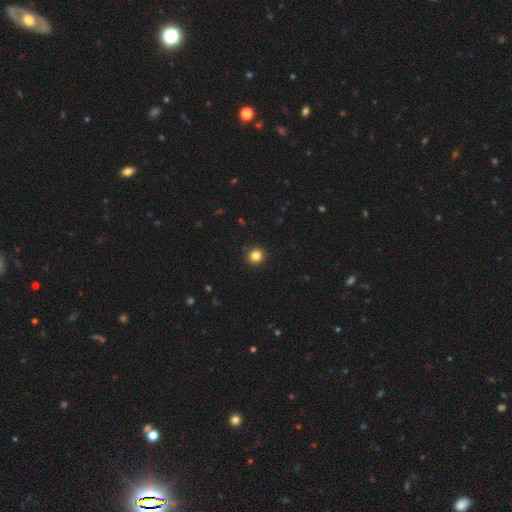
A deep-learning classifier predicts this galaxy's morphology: Q: Smooth or featured?
A: smooth (84%); runner-up: star or artifact (12%)
Q: How rounded?
A: round (91%); runner-up: in between (8%)
Q: Merging?
A: none (93%); runner-up: minor disturbance (5%)